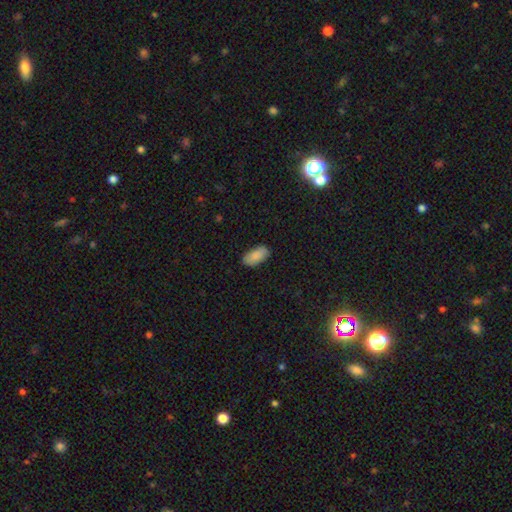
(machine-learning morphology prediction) smooth_or_featured: smooth (p=0.89) [alt: star or artifact p=0.06]
how_rounded: in between (p=0.94) [alt: cigar-shaped p=0.04]
merging: none (p=0.87) [alt: minor disturbance p=0.10]